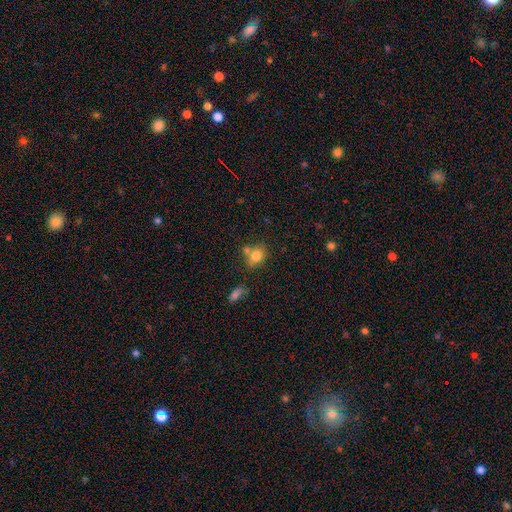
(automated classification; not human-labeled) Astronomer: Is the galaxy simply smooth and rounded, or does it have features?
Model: smooth — 78%.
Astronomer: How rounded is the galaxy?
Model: round — 53% (runner-up: in between, 45%).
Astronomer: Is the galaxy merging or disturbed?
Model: none — 53%.